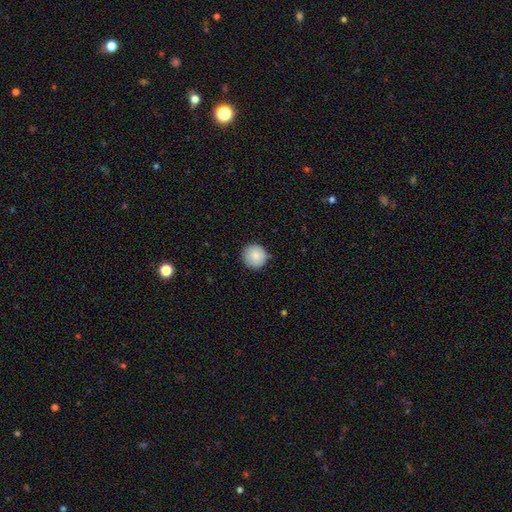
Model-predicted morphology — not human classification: smooth_or_featured: smooth (p=0.87) [alt: star or artifact p=0.07]
how_rounded: round (p=0.95) [alt: in between p=0.04]
merging: none (p=0.87) [alt: minor disturbance p=0.10]